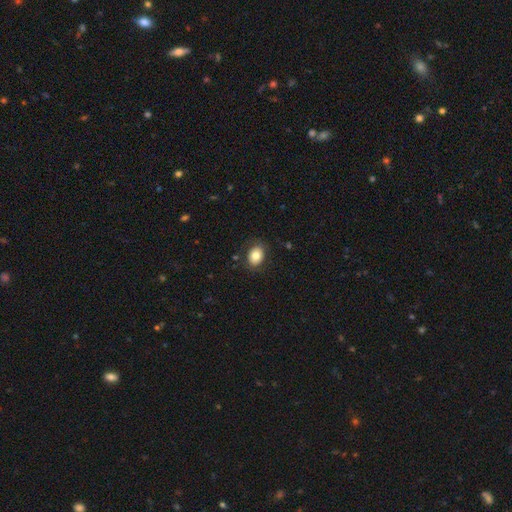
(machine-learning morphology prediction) Smooth or featured? Predicted: smooth (p=0.79). How rounded? Predicted: in between (p=0.67). Merging? Predicted: none (p=0.83).